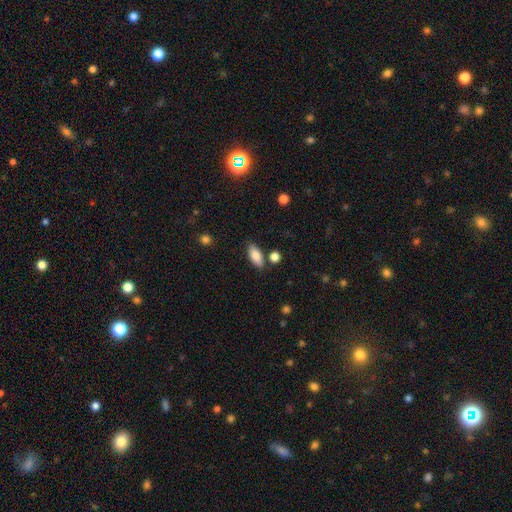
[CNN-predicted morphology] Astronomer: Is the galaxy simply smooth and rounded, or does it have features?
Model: smooth — 83%.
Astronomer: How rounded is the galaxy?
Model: in between — 85%.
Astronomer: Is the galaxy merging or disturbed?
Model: none — 80%.